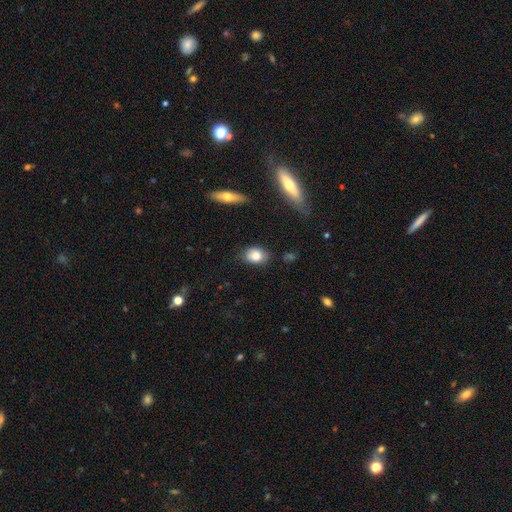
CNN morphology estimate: Q: Smooth or featured?
A: smooth (80%); runner-up: featured or disk (12%)
Q: How rounded?
A: in between (67%); runner-up: round (31%)
Q: Merging?
A: none (76%); runner-up: minor disturbance (18%)